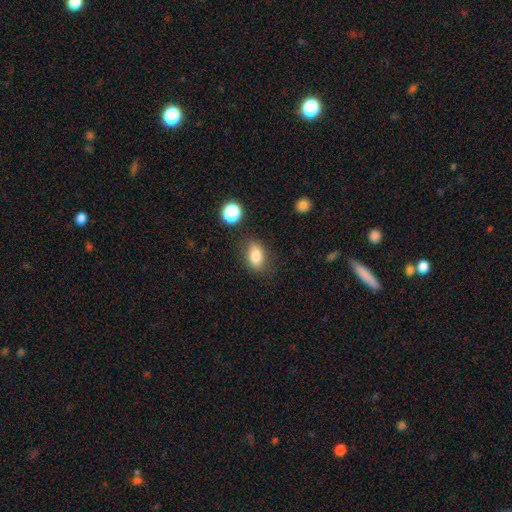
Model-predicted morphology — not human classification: Smooth or featured?
  - smooth: 82% *
  - star or artifact: 10%
  - featured or disk: 9%
How rounded?
  - in between: 83% *
  - round: 15%
  - cigar-shaped: 2%
Merging?
  - none: 80% *
  - minor disturbance: 13%
  - major disturbance: 4%
  - merger: 3%